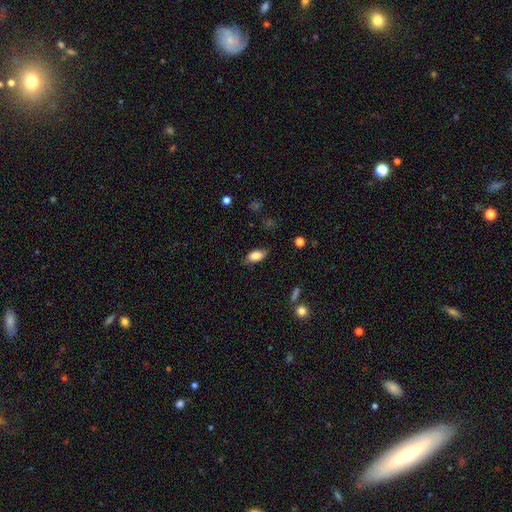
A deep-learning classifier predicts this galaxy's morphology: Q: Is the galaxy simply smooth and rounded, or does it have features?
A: smooth — 78%.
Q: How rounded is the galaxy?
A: in between — 86%.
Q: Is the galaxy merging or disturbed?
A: none — 76%.